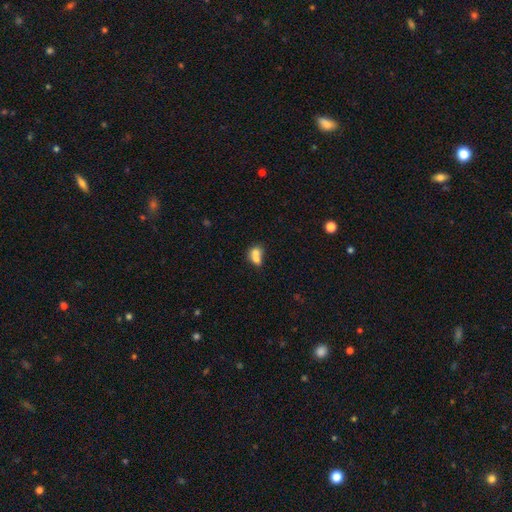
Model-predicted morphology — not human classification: smooth 70%, featured or disk 20%, star or artifact 10%. Down the decision tree: how rounded — in between (51%); merging — merger (69%).